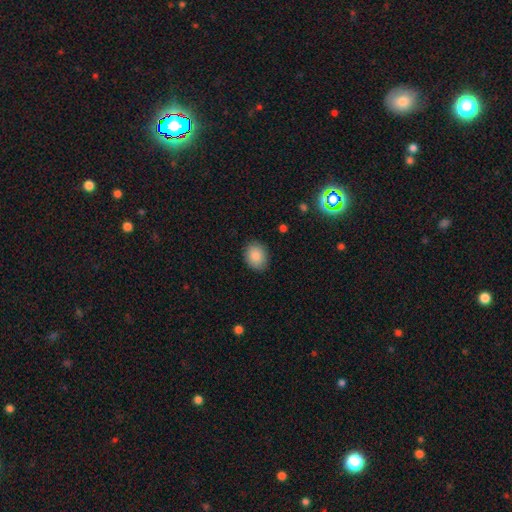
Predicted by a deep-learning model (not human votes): The model was most divided on "how rounded": in between: 54%, round: 46%, cigar-shaped: 1%. More confident: smooth or featured — smooth (87%); merging — none (87%).